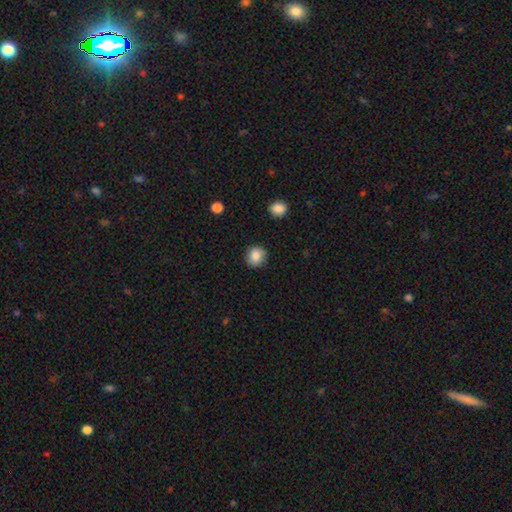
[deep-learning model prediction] Smooth or featured: smooth — 86% (star or artifact — 9%)
How rounded: round — 86% (in between — 13%)
Merging: none — 86% (minor disturbance — 10%)